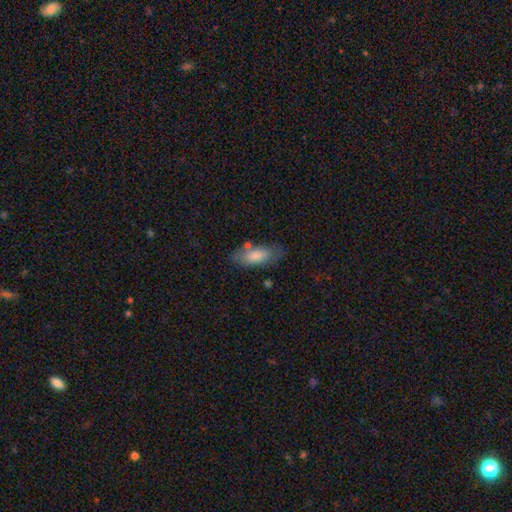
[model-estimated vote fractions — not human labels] Smooth or featured? Predicted: smooth (p=0.81). How rounded? Predicted: in between (p=0.81). Merging? Predicted: none (p=0.67).